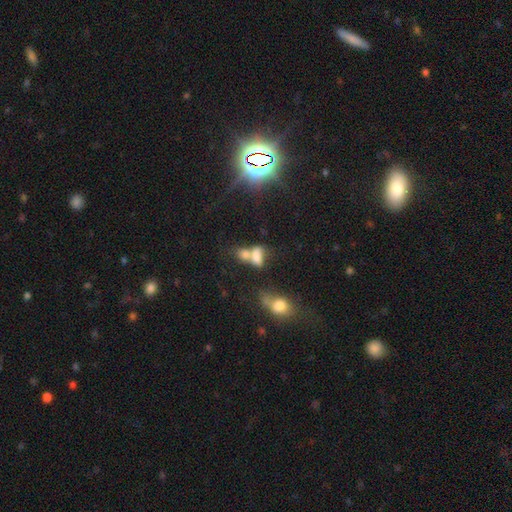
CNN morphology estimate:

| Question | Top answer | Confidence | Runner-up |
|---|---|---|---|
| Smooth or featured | smooth | 67% | featured or disk (18%) |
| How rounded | in between | 79% | round (14%) |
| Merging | merger | 65% | none (19%) |